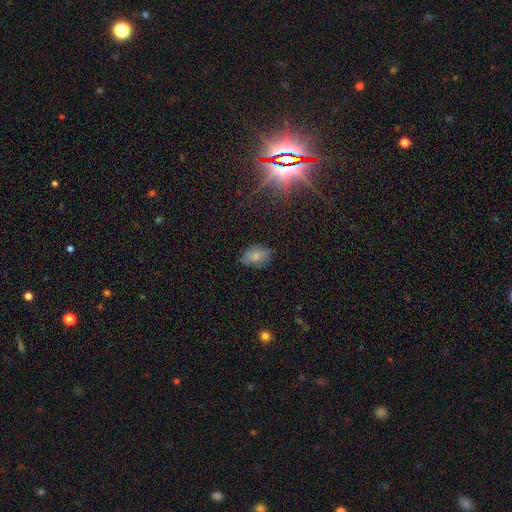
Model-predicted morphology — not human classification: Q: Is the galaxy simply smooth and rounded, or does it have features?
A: smooth — 78%.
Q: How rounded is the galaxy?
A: in between — 81%.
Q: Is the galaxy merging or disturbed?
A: none — 71%.